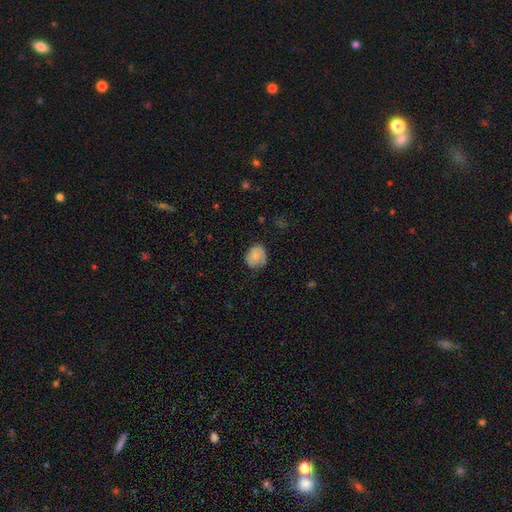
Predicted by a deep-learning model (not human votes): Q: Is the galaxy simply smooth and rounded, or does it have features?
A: smooth — 76%.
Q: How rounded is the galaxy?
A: round — 71%.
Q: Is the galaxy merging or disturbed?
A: none — 67%.